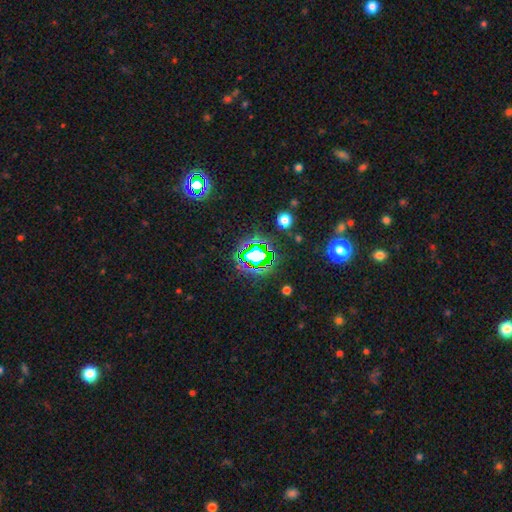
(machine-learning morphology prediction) Q: Smooth or featured?
A: star or artifact (70%); runner-up: smooth (17%)